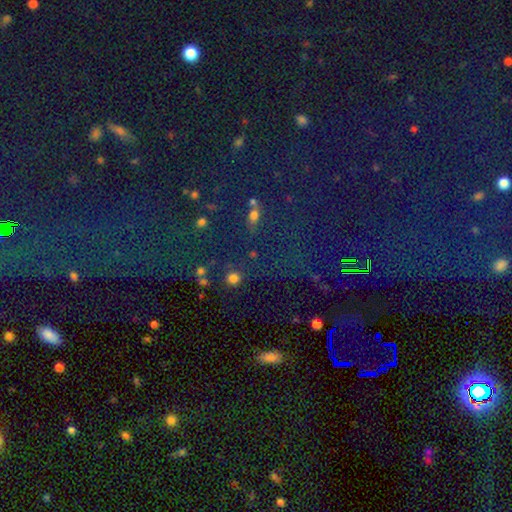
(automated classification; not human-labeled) Smooth or featured?
  - star or artifact: 80% *
  - smooth: 12%
  - featured or disk: 8%